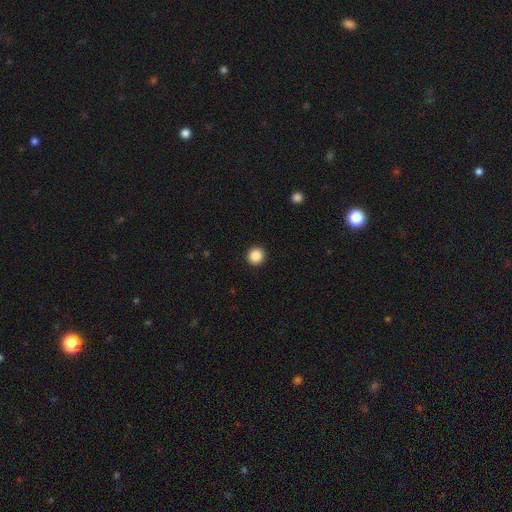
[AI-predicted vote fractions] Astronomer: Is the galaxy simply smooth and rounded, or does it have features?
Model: smooth — 88%.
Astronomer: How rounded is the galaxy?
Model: round — 94%.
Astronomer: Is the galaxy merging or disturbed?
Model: none — 93%.